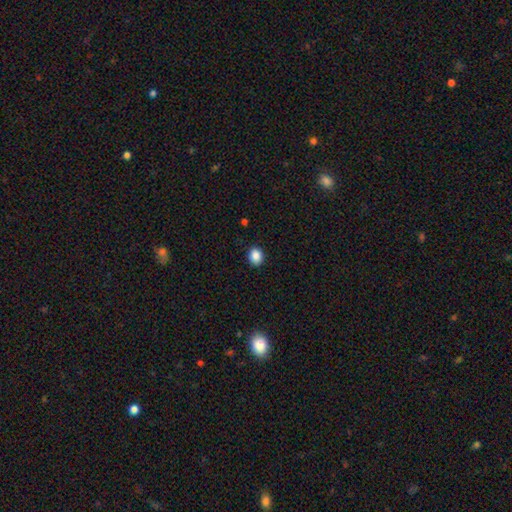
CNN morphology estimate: Smooth or featured? Predicted: smooth (p=0.88). How rounded? Predicted: round (p=0.58). Merging? Predicted: none (p=0.90).